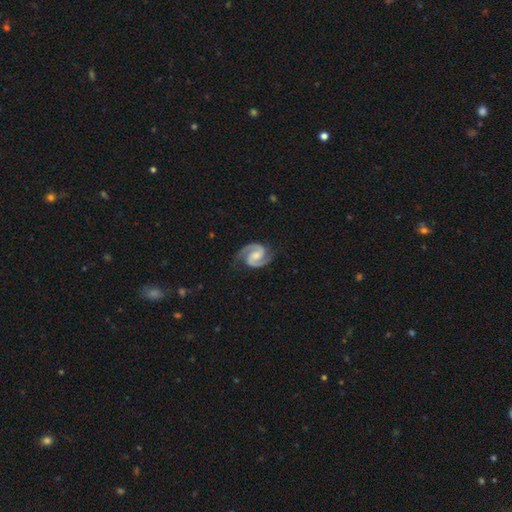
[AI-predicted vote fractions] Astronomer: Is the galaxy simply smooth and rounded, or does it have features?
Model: featured or disk — 93%.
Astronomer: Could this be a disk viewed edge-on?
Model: no — 98%.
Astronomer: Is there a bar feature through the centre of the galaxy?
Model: weak — 44% (runner-up: no, 37%).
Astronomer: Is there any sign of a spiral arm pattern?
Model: yes — 99%.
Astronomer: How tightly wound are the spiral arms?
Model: medium — 55% (runner-up: tight, 36%).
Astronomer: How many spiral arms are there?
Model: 2 — 95%.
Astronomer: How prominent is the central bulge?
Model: moderate — 45% (runner-up: small, 31%).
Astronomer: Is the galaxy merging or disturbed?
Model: none — 81%.